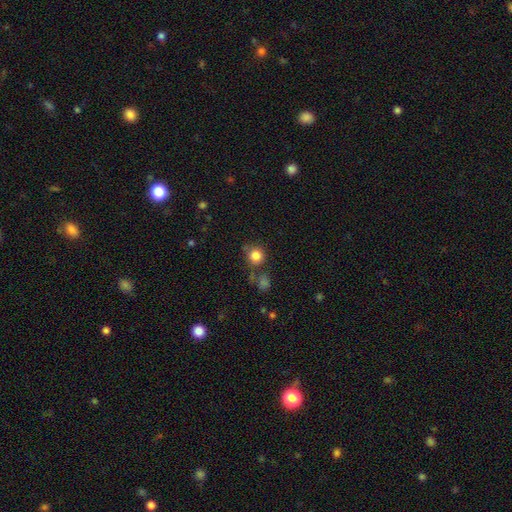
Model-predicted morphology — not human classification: The model was most divided on "merging": none: 74%, minor disturbance: 12%, merger: 10%, major disturbance: 5%. More confident: how rounded — round (92%); smooth or featured — smooth (83%).